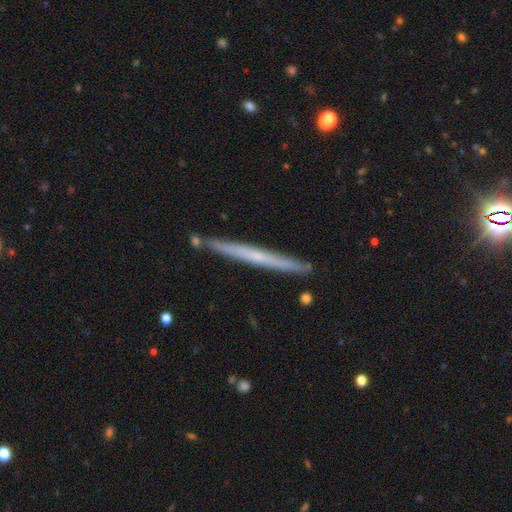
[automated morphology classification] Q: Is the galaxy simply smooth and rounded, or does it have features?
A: featured or disk — 55%.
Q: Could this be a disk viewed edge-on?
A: yes — 97%.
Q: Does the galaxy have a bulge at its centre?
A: none — 79%.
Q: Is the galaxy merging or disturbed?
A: none — 88%.